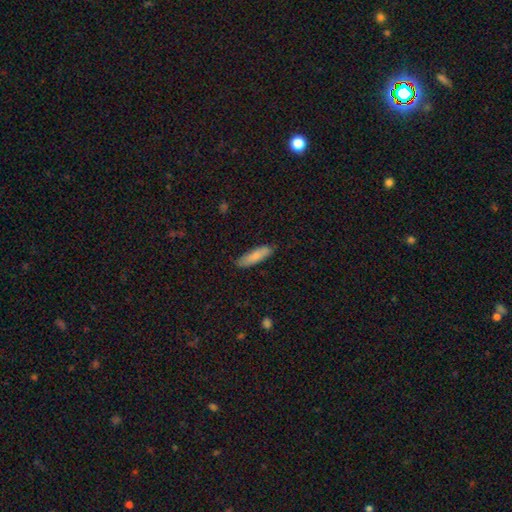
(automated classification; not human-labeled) Smooth or featured? Predicted: smooth (p=0.82). How rounded? Predicted: cigar-shaped (p=0.65). Merging? Predicted: none (p=0.84).